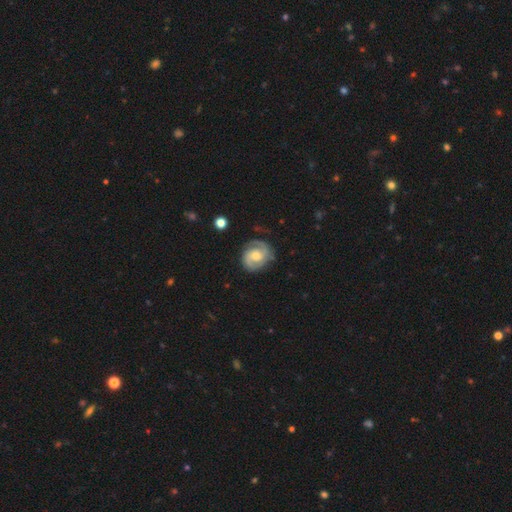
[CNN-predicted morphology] featured or disk 86%, smooth 9%, star or artifact 5%. Down the decision tree: edge-on disk — no (98%); bar — no (56%); spiral arms — yes (97%); spiral arm count — 2 (89%); spiral winding — medium (45%, tied with tight); bulge size — moderate (58%); merging — none (79%).